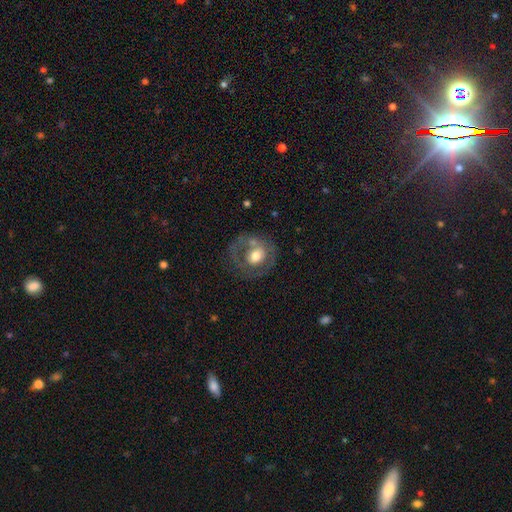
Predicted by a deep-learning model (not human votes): Smooth or featured: featured or disk — 48% (smooth — 44%)
Merging: none — 59% (minor disturbance — 20%)